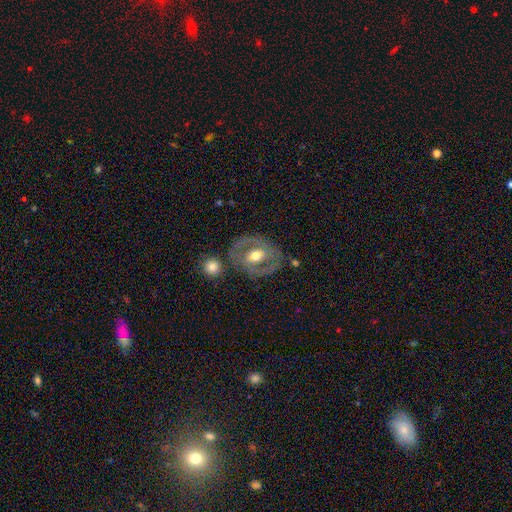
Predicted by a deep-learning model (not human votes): Smooth or featured? featured or disk (63%)
Edge-on disk? no (93%)
Bar? no (43%)
Spiral arms? no (65%)
Bulge size? moderate (75%)
Merging? none (71%)